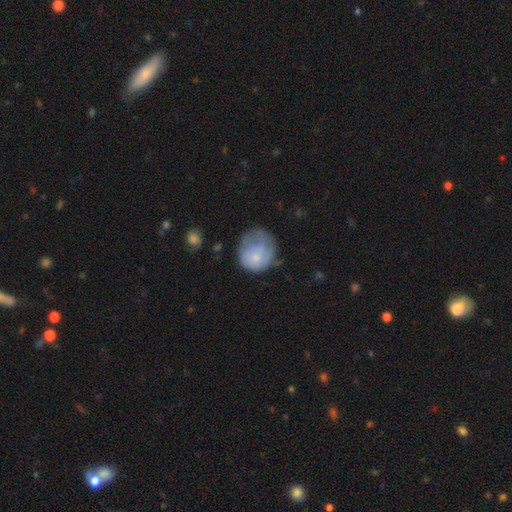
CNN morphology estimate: A smooth galaxy with no disk features (69%) that is round (73%).

Vote fractions:
- Smooth or featured? smooth: 69% / featured or disk: 23% / star or artifact: 8%
- How rounded? round: 73% / in between: 26% / cigar-shaped: 1%
- Merging? none: 40% / minor disturbance: 33% / major disturbance: 25% / merger: 3%